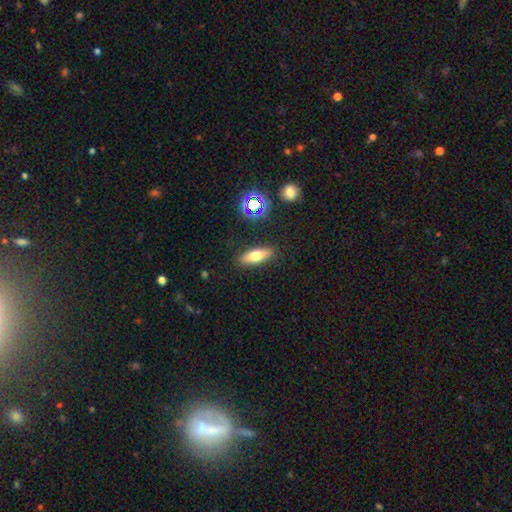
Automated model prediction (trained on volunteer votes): smooth_or_featured: smooth (p=0.63) [alt: featured or disk p=0.26]
how_rounded: in between (p=0.51) [alt: cigar-shaped p=0.45]
merging: none (p=0.87) [alt: minor disturbance p=0.09]